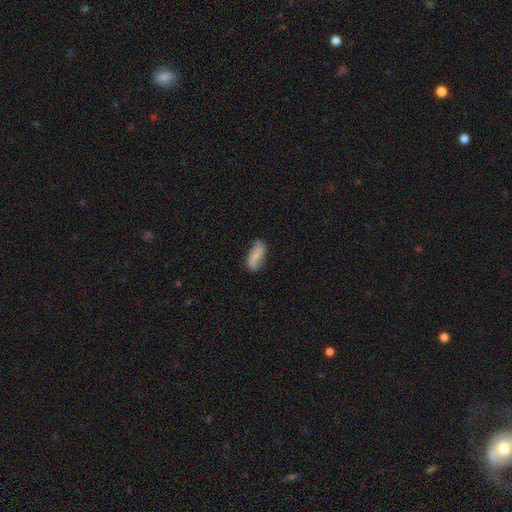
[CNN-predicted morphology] A smooth galaxy with no disk features (49%).

Vote fractions:
- Smooth or featured? smooth: 49% / featured or disk: 43% / star or artifact: 8%
- Merging? none: 66% / minor disturbance: 24% / major disturbance: 7% / merger: 3%